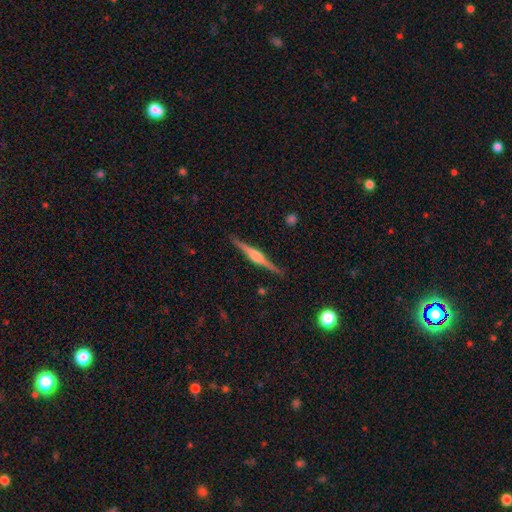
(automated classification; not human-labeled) A featured or disk galaxy (83%) viewed edge-on (98%) with a rounded central bulge (79%).

Vote fractions:
- Smooth or featured? featured or disk: 83% / smooth: 12% / star or artifact: 5%
- Edge-on disk? yes: 98% / no: 2%
- Edge-on bulge? rounded: 79% / boxy: 16% / none: 5%
- Merging? none: 91% / minor disturbance: 6% / major disturbance: 1% / merger: 1%